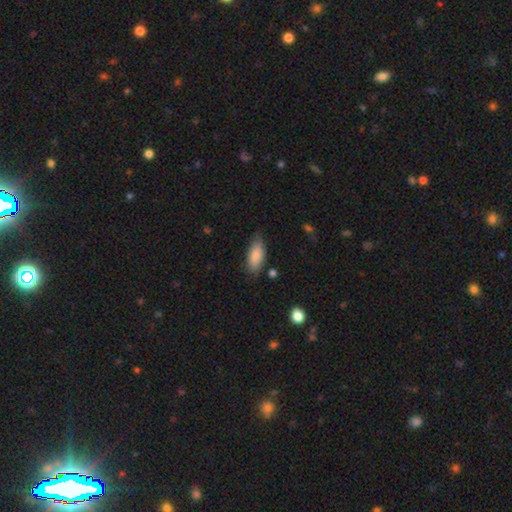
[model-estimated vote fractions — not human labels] Smooth or featured: smooth — 86% (featured or disk — 8%)
How rounded: in between — 83% (cigar-shaped — 15%)
Merging: none — 75% (minor disturbance — 19%)